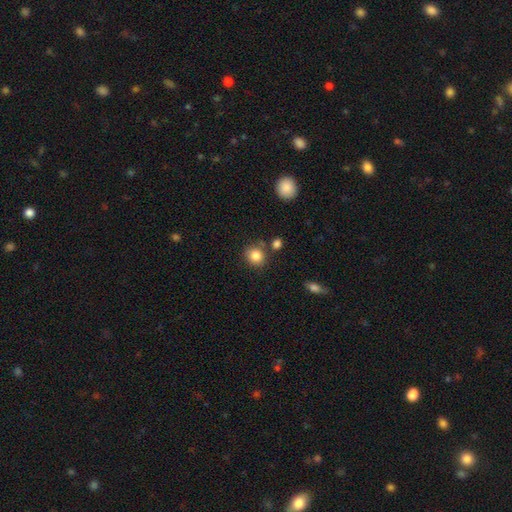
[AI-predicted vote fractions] Smooth or featured: smooth — 84% (star or artifact — 10%)
How rounded: round — 84% (in between — 16%)
Merging: none — 78% (minor disturbance — 11%)